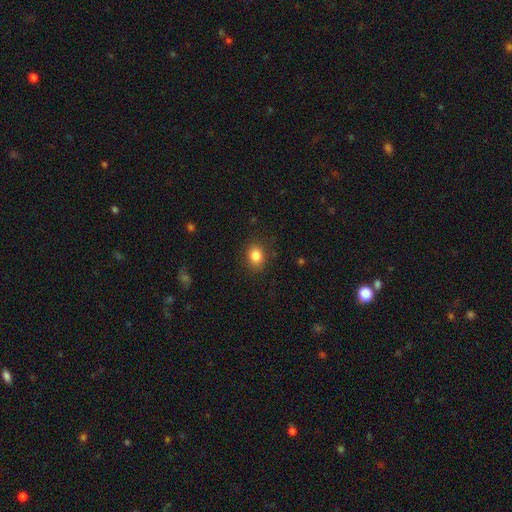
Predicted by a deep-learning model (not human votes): smooth-or-featured: smooth: 84% | star or artifact: 10% | featured or disk: 6%
  how-rounded: in between: 50% | round: 49% | cigar-shaped: 1%
  merging: none: 86% | minor disturbance: 10% | major disturbance: 3% | merger: 1%